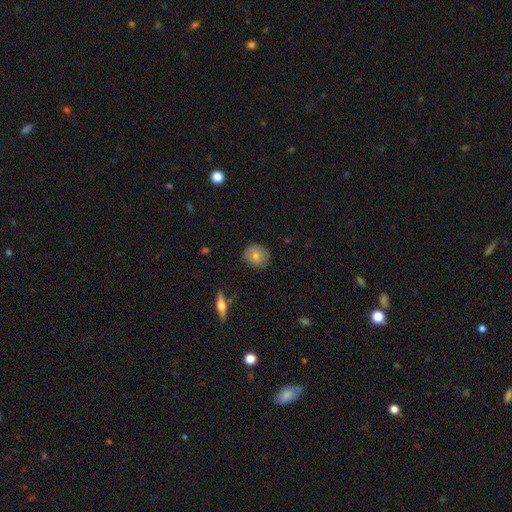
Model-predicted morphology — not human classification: This appears to be a smooth galaxy with no disk features (74%) that is round (63%). Merging: none (81%).